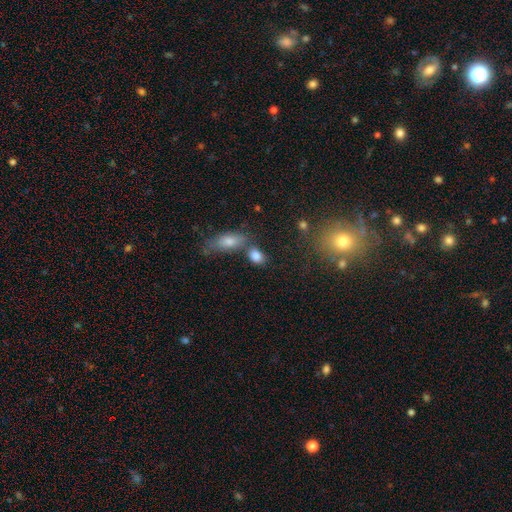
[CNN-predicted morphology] This is clearly a smooth galaxy (84%). How rounded: likely in between (79%). Merging: possibly none (59%).